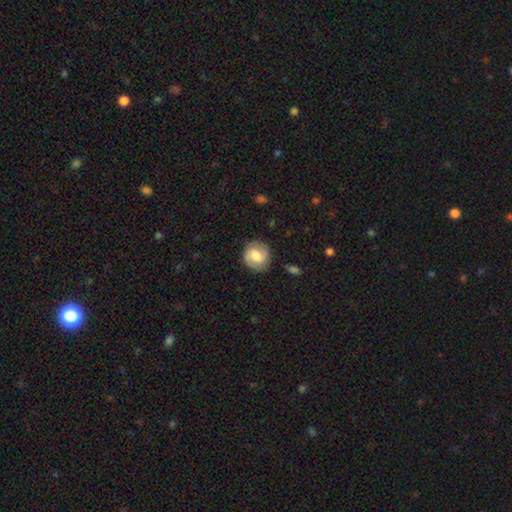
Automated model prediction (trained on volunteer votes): A smooth galaxy with no disk features (54%) that is round (82%). Merging: none (82%).